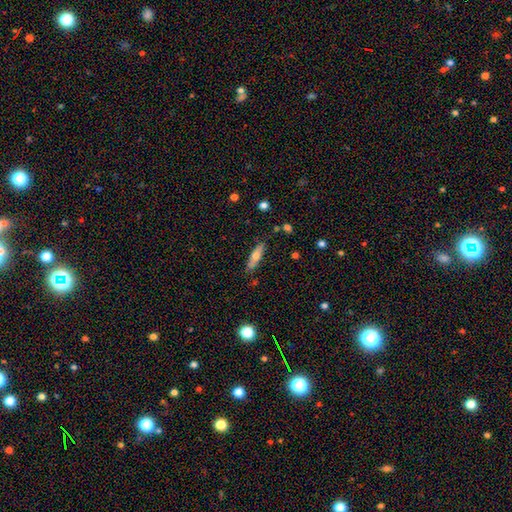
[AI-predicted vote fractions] smooth 59%, featured or disk 34%, star or artifact 7%. Down the decision tree: how rounded — cigar-shaped (67%); merging — none (83%).